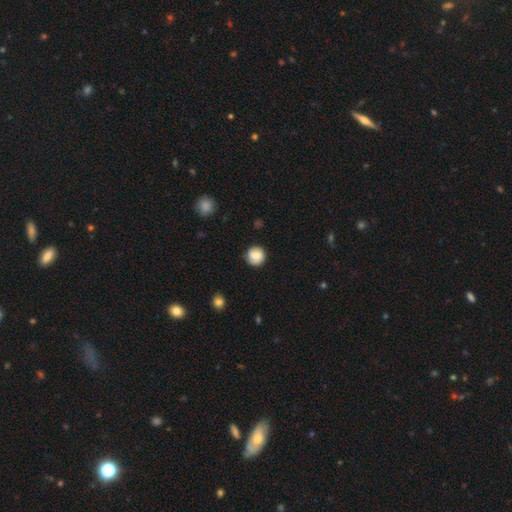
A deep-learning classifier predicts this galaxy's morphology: Smooth or featured? smooth (70%)
How rounded? round (91%)
Merging? none (84%)